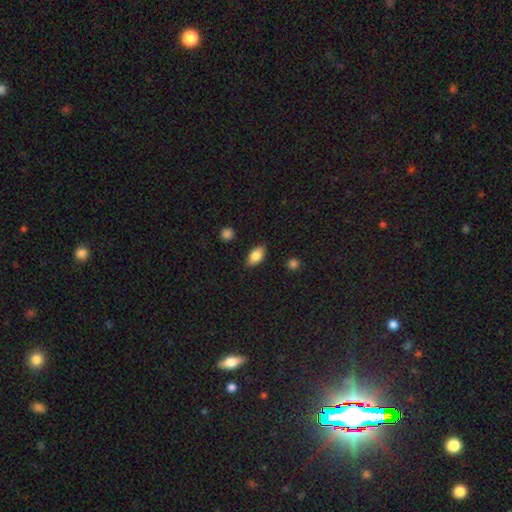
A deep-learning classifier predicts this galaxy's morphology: Overall: smooth (81%). How rounded: in between (88%). Merging: none (84%).